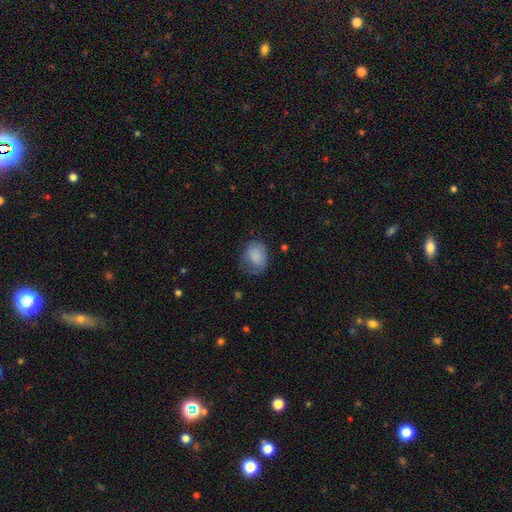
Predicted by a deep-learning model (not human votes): Q: Smooth or featured?
A: smooth (82%); runner-up: featured or disk (10%)
Q: How rounded?
A: in between (52%); runner-up: round (47%)
Q: Merging?
A: none (52%); runner-up: minor disturbance (31%)